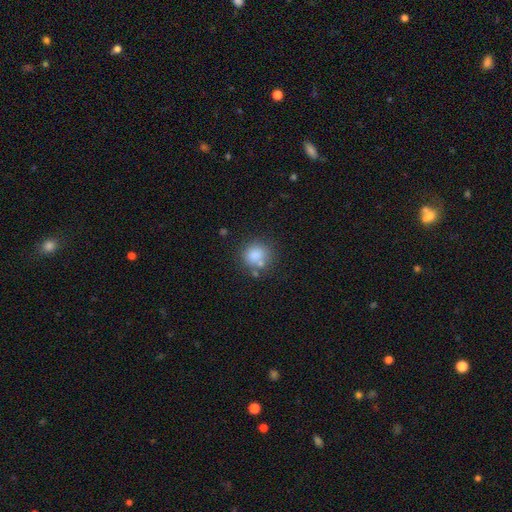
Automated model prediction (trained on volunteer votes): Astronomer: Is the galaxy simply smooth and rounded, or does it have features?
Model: smooth — 81%.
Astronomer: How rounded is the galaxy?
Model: round — 82%.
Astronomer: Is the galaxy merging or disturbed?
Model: none — 64%.